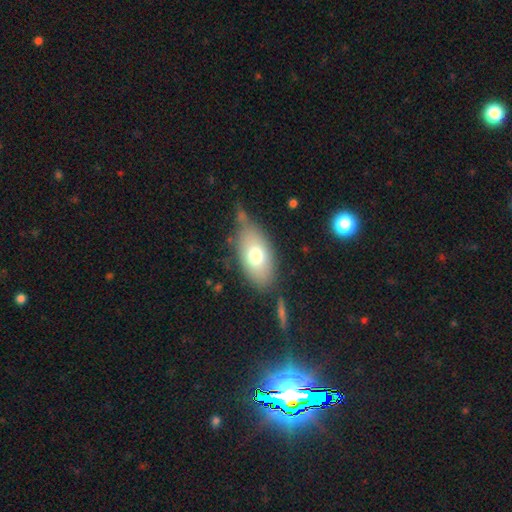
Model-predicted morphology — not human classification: smooth-or-featured: smooth: 72% | featured or disk: 20% | star or artifact: 8%
  how-rounded: in between: 89% | round: 7% | cigar-shaped: 4%
  merging: none: 62% | minor disturbance: 22% | major disturbance: 9% | merger: 8%